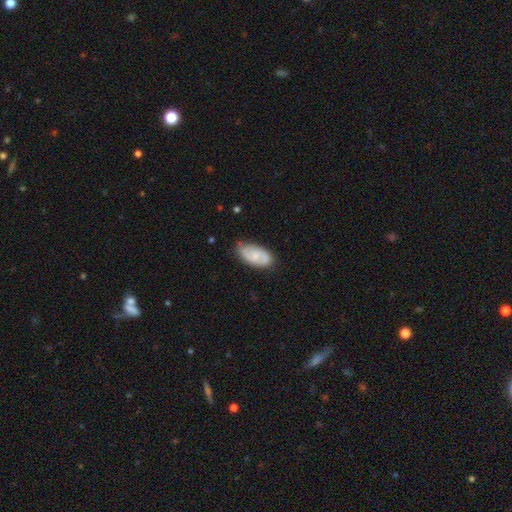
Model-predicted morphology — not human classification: Q: Smooth or featured?
A: featured or disk (51%); runner-up: smooth (43%)
Q: Edge-on disk?
A: no (95%); runner-up: yes (5%)
Q: Merging?
A: none (74%); runner-up: minor disturbance (20%)